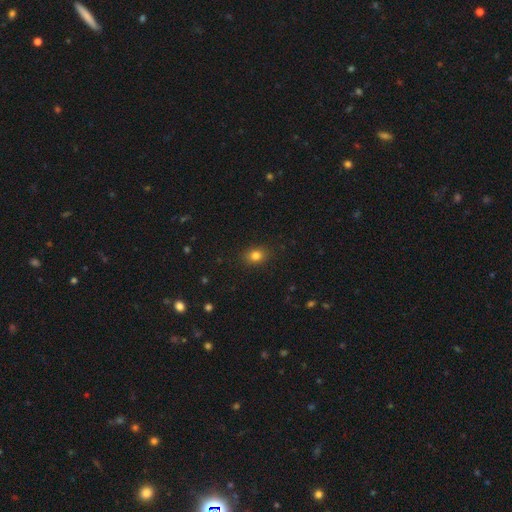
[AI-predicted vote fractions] Overall: smooth (81%). How rounded: in between (54%; round 45%). Merging: none (88%).